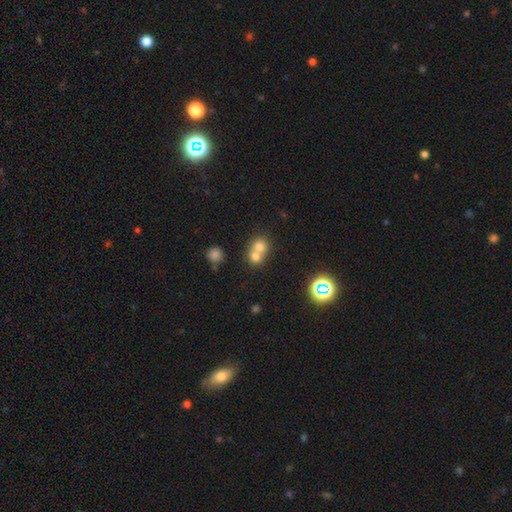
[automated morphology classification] Smooth or featured? Predicted: smooth (p=0.70). How rounded? Predicted: round (p=0.76). Merging? Predicted: merger (p=0.66).